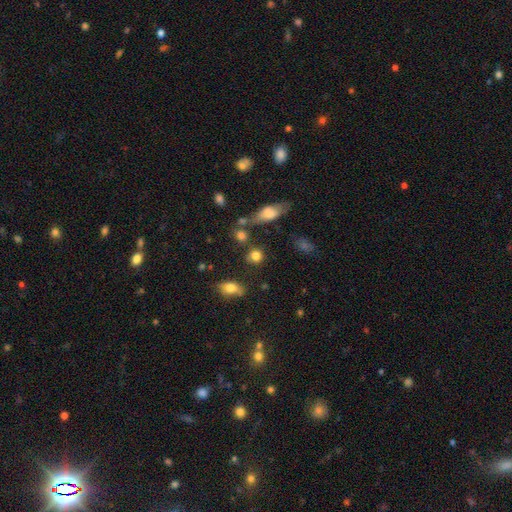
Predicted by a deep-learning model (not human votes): Smooth or featured?
  - smooth: 79% *
  - star or artifact: 13%
  - featured or disk: 8%
How rounded?
  - round: 78% *
  - in between: 19%
  - cigar-shaped: 2%
Merging?
  - none: 71% *
  - minor disturbance: 13%
  - merger: 11%
  - major disturbance: 5%